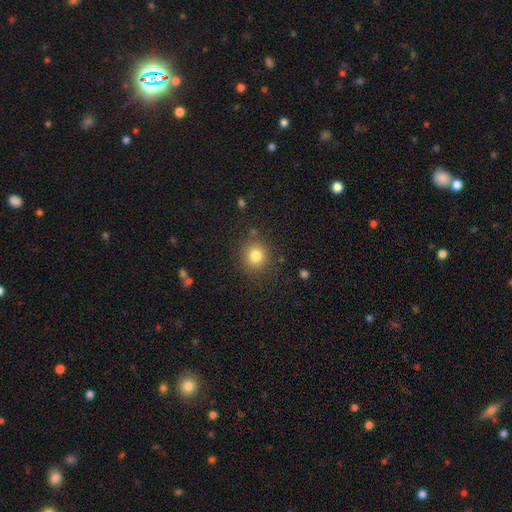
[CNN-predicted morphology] Overall: smooth (80%). How rounded: round (87%). Merging: none (85%).